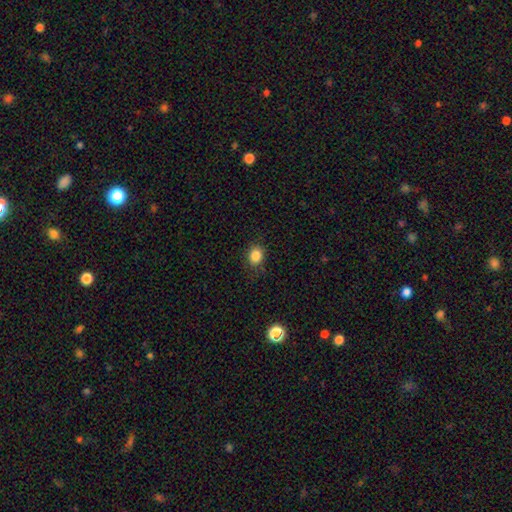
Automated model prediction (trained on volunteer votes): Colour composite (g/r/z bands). It shows a smooth galaxy with no disk features (85%) that is round (60%). Merging: none (83%).